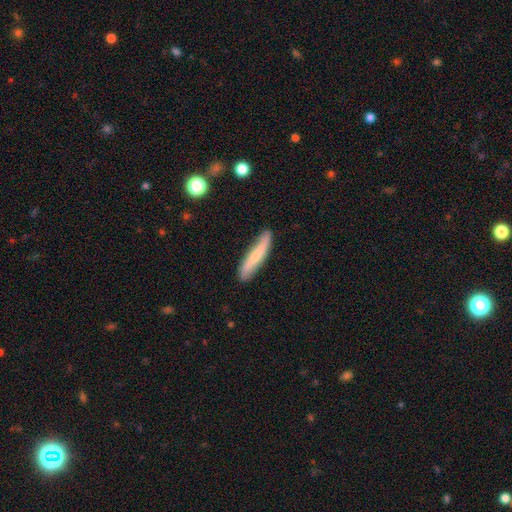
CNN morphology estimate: Smooth or featured?
  - smooth: 58% *
  - featured or disk: 36%
  - star or artifact: 6%
How rounded?
  - cigar-shaped: 89% *
  - in between: 9%
  - round: 2%
Merging?
  - none: 79% *
  - minor disturbance: 16%
  - major disturbance: 3%
  - merger: 2%